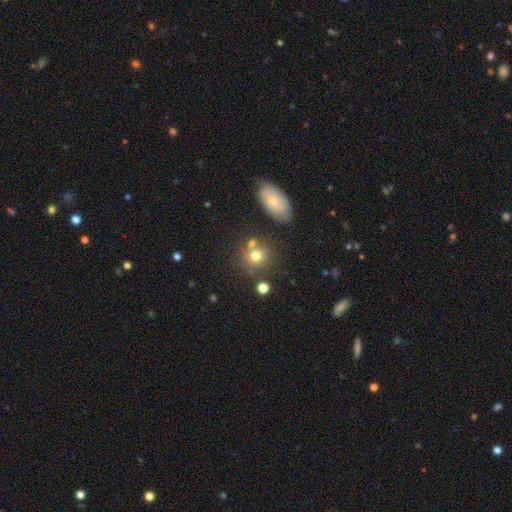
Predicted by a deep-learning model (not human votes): smooth 73%, star or artifact 14%, featured or disk 13%. Down the decision tree: how rounded — round (82%); merging — none (63%).